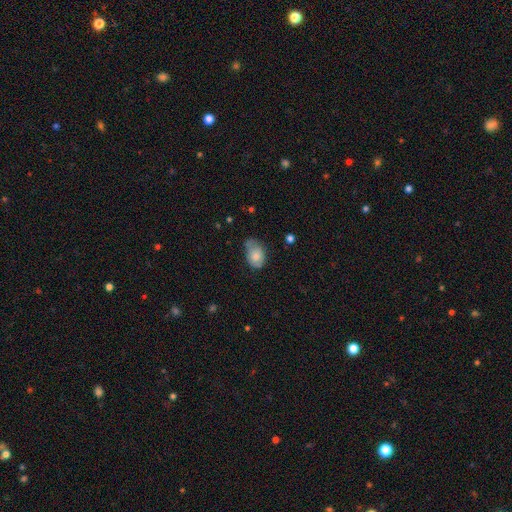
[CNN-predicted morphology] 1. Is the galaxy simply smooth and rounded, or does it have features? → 74% smooth, 18% featured or disk, 8% star or artifact.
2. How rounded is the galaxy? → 84% in between, 15% round, 1% cigar-shaped.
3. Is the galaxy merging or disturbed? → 43% none, 40% minor disturbance, 13% major disturbance, 3% merger.